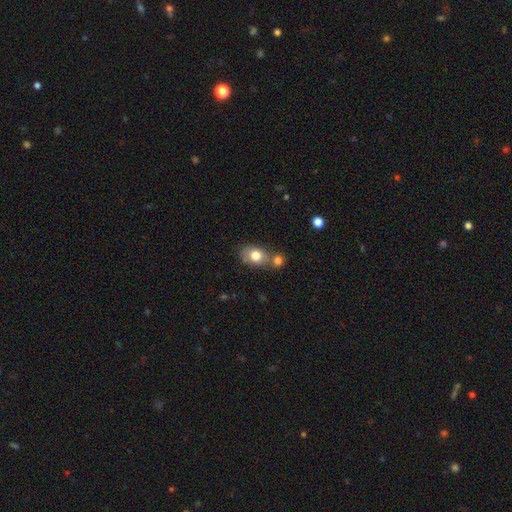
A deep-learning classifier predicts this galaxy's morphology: A smooth galaxy with no disk features (77%) that is in between round and cigar-shaped (64%). Merging: none (44%).